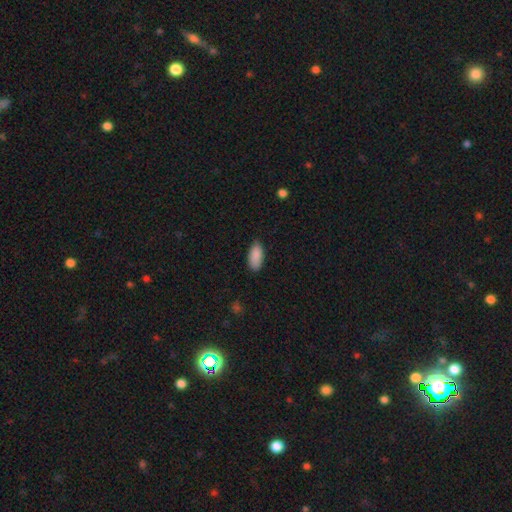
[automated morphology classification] Smooth or featured? smooth (89%)
How rounded? in between (90%)
Merging? none (78%)